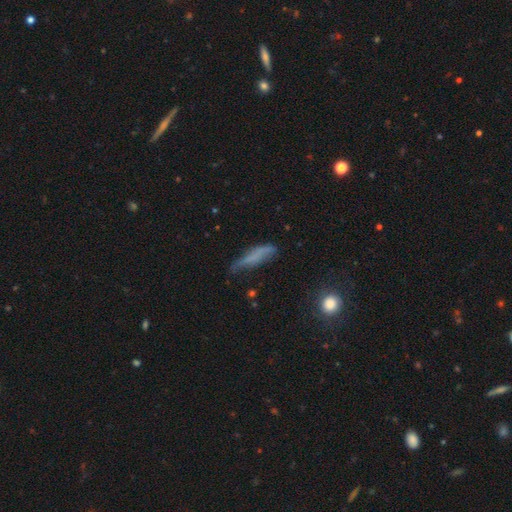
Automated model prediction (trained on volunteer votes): Overall: smooth (57%; featured or disk 32%). How rounded: cigar-shaped (77%). Merging: none (48%; minor disturbance 33%).